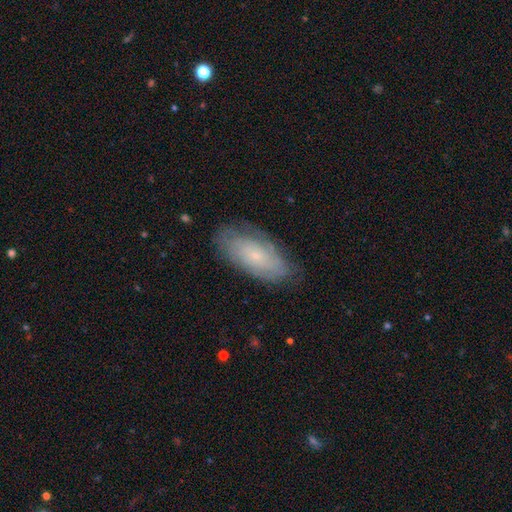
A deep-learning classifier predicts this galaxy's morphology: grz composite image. It shows a featured or disk galaxy (54%). Merging: none (76%).